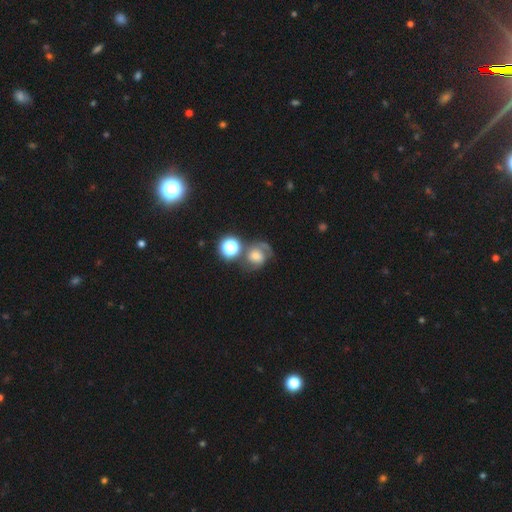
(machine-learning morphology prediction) smooth_or_featured: featured or disk (p=0.54) [alt: smooth p=0.32]
disk_edge_on: no (p=0.97) [alt: yes p=0.03]
bar: no (p=0.67) [alt: weak p=0.27]
has_spiral_arms: yes (p=0.84) [alt: no p=0.16]
bulge_size: moderate (p=0.41) [alt: small p=0.27]
merging: none (p=0.45) [alt: minor disturbance p=0.19]